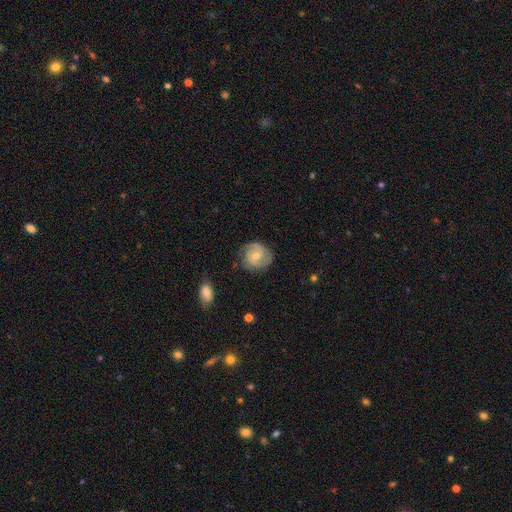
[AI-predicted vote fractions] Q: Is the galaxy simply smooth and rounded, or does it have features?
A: featured or disk — 67%.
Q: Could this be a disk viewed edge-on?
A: no — 97%.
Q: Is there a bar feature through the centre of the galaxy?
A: no — 65%.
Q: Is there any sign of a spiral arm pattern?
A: yes — 90%.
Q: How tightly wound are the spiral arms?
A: tight — 50%.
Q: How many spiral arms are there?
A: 2 — 60%.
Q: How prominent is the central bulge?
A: moderate — 48%, tied with small.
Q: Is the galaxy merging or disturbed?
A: none — 75%.